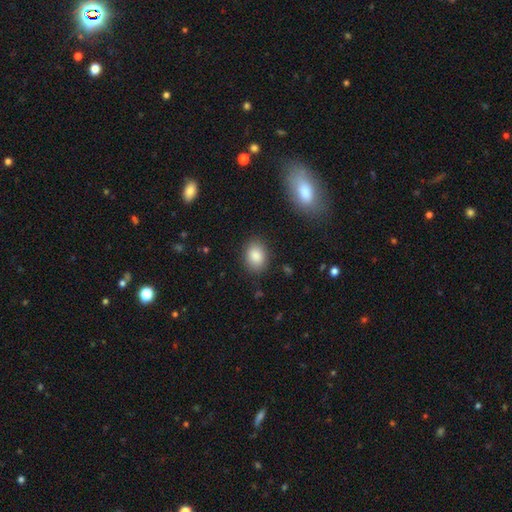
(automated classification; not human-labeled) Smooth or featured?
  - smooth: 86% *
  - star or artifact: 8%
  - featured or disk: 6%
How rounded?
  - in between: 71% *
  - round: 28%
  - cigar-shaped: 1%
Merging?
  - none: 85% *
  - minor disturbance: 10%
  - major disturbance: 3%
  - merger: 2%